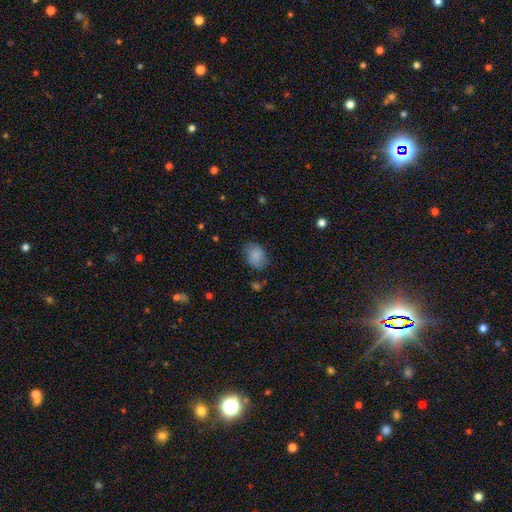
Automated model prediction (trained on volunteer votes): A smooth galaxy with no disk features (85%) that is in between round and cigar-shaped (73%).

Vote fractions:
- Smooth or featured? smooth: 85% / star or artifact: 8% / featured or disk: 8%
- How rounded? in between: 73% / round: 26% / cigar-shaped: 1%
- Merging? none: 75% / minor disturbance: 19% / major disturbance: 5% / merger: 1%